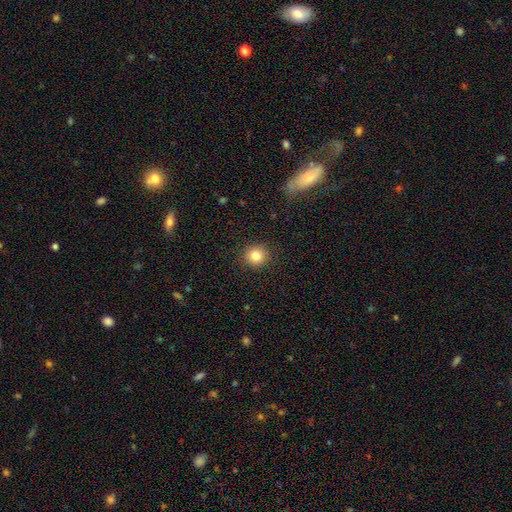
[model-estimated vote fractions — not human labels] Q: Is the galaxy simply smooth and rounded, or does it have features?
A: smooth — 83%.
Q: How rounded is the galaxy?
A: round — 90%.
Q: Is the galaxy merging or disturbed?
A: none — 91%.